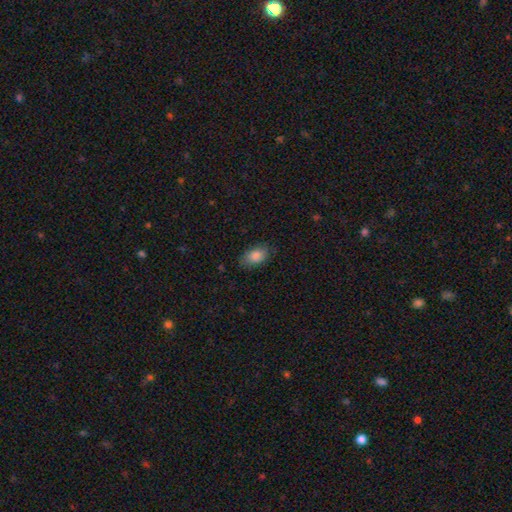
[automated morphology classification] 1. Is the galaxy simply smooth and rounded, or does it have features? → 86% smooth, 7% star or artifact, 7% featured or disk.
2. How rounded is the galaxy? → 91% in between, 7% round, 2% cigar-shaped.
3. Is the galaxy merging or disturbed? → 78% none, 16% minor disturbance, 4% major disturbance, 1% merger.